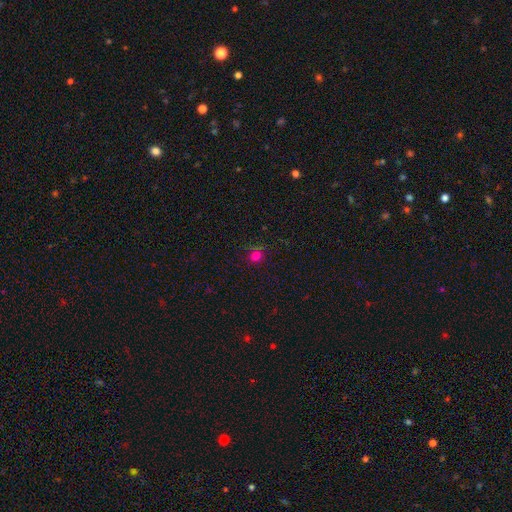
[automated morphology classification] Smooth or featured? Predicted: smooth (p=0.75). How rounded? Predicted: round (p=0.86). Merging? Predicted: none (p=0.83).